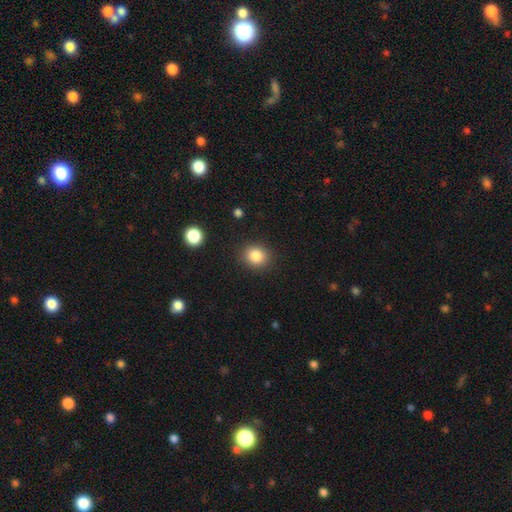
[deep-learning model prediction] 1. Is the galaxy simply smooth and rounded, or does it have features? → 85% smooth, 10% star or artifact, 5% featured or disk.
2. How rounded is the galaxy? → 75% round, 24% in between, 1% cigar-shaped.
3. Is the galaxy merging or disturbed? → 88% none, 8% minor disturbance, 3% major disturbance, 1% merger.